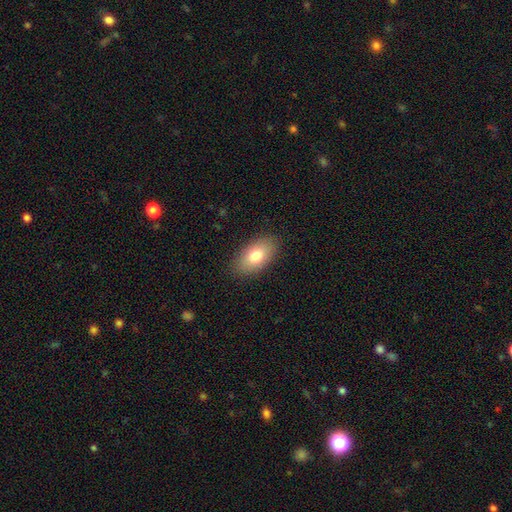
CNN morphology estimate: smooth-or-featured: smooth: 78% | featured or disk: 15% | star or artifact: 7%
  how-rounded: in between: 93% | round: 4% | cigar-shaped: 3%
  merging: none: 87% | minor disturbance: 10% | major disturbance: 2% | merger: 1%